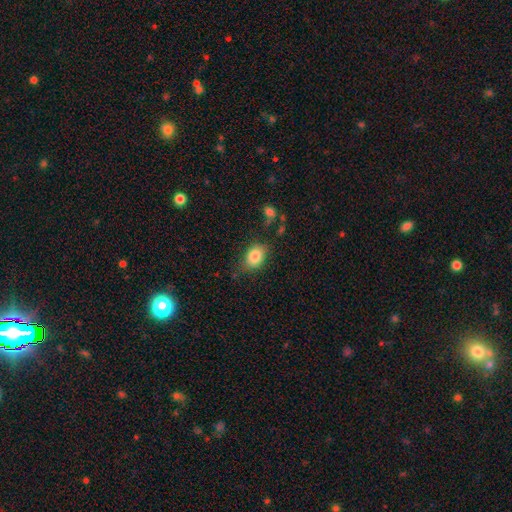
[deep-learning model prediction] smooth 83%, star or artifact 9%, featured or disk 8%. Down the decision tree: how rounded — in between (72%); merging — none (71%).